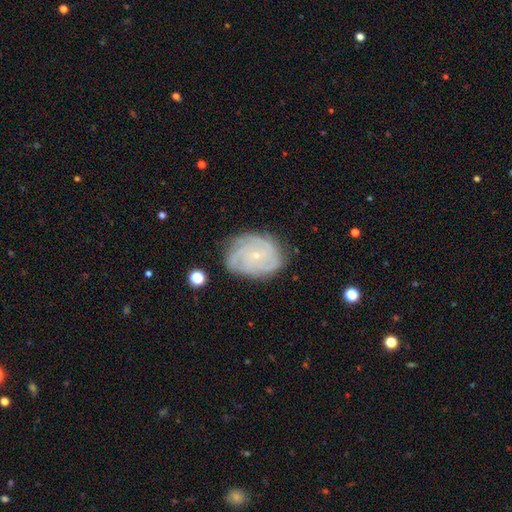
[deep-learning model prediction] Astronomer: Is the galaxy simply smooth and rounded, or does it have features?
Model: featured or disk — 78%.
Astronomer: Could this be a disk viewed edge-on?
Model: no — 97%.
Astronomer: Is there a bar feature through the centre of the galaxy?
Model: no — 77%.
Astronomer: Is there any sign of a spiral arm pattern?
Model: yes — 95%.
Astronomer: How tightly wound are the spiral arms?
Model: tight — 67%.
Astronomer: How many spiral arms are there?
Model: can't tell — 27% (runner-up: 4, 25%).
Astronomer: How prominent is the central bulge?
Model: small — 84%.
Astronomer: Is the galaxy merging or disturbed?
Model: none — 72%.